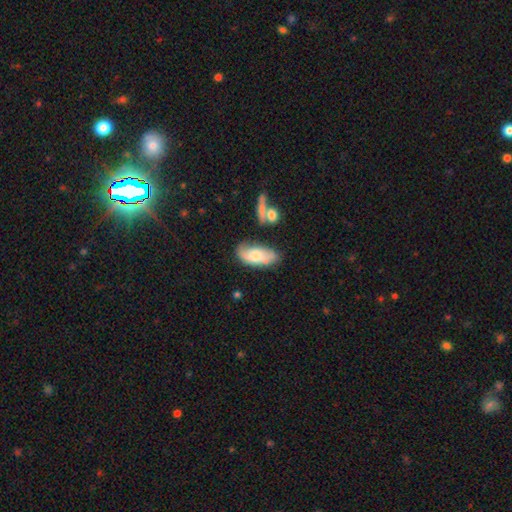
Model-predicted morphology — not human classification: Smooth or featured? smooth (62%)
How rounded? in between (89%)
Merging? none (54%)